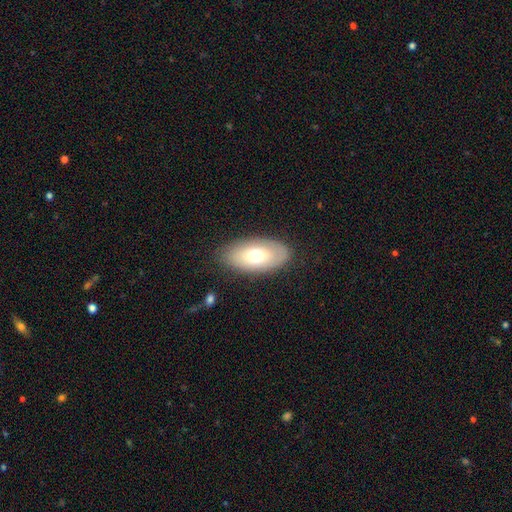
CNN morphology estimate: smooth-or-featured: smooth: 66% | featured or disk: 27% | star or artifact: 7%
  how-rounded: in between: 93% | round: 4% | cigar-shaped: 3%
  merging: none: 83% | minor disturbance: 12% | major disturbance: 4% | merger: 1%